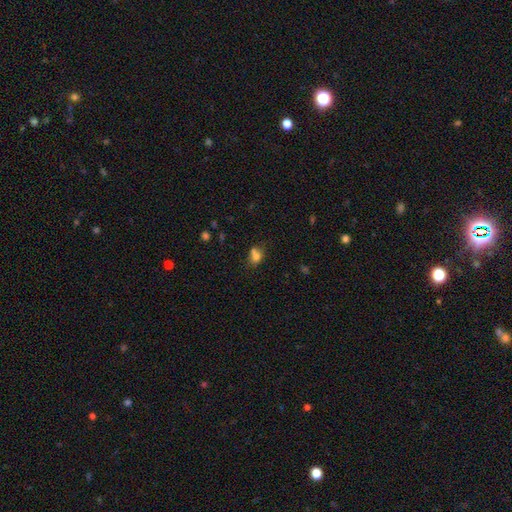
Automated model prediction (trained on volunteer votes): This appears to be a smooth galaxy with no disk features (71%) that is round (51%). Merging: merger (42%).